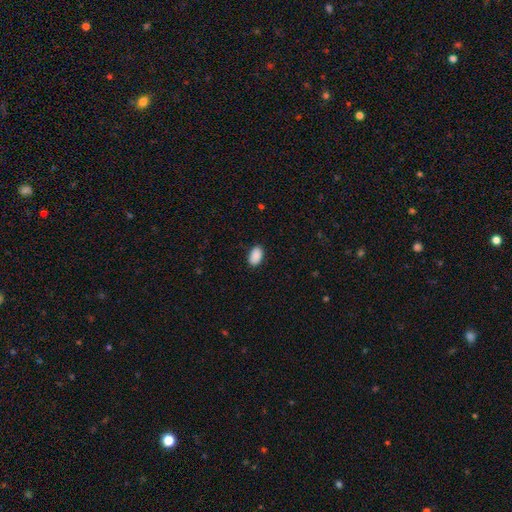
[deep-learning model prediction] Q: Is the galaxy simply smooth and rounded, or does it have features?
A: smooth — 90%.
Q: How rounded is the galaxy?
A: in between — 92%.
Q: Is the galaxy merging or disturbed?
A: none — 87%.